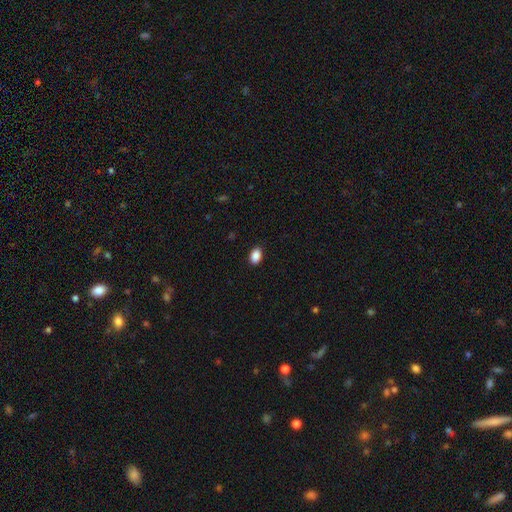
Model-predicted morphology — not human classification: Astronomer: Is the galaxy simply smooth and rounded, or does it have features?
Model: smooth — 89%.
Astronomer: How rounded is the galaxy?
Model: in between — 86%.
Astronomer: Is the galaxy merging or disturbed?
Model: none — 88%.